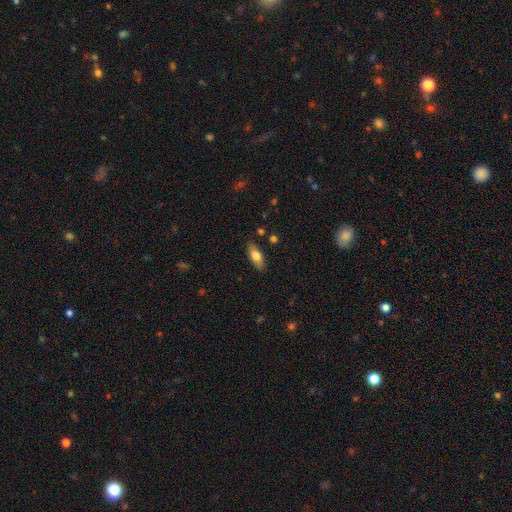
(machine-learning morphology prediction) This is likely a smooth galaxy (76%). How rounded: likely in between (78%). Merging: clearly none (85%).